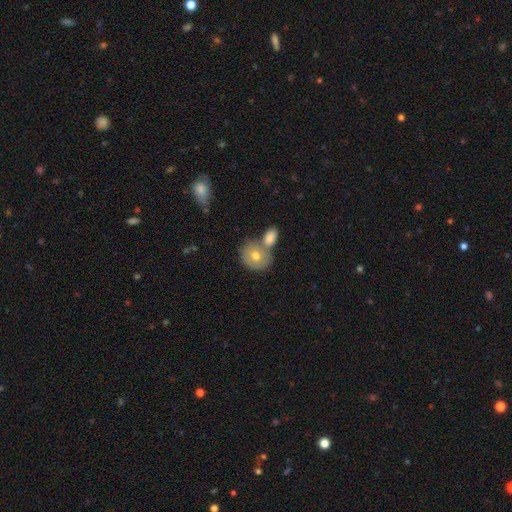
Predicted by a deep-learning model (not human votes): Smooth or featured? smooth (63%)
How rounded? round (66%)
Merging? none (46%)